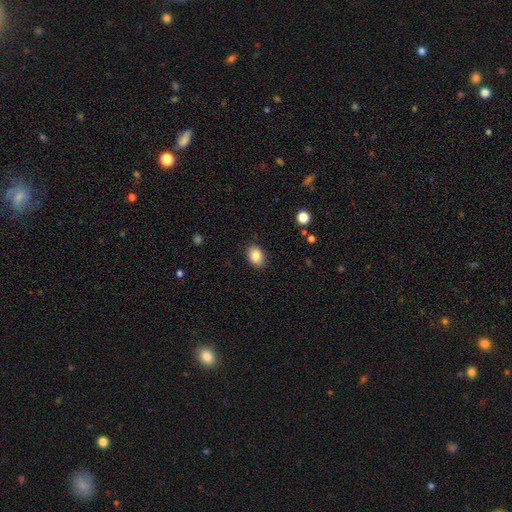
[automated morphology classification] This is clearly a smooth galaxy (86%). How rounded: likely in between (76%). Merging: clearly none (88%).